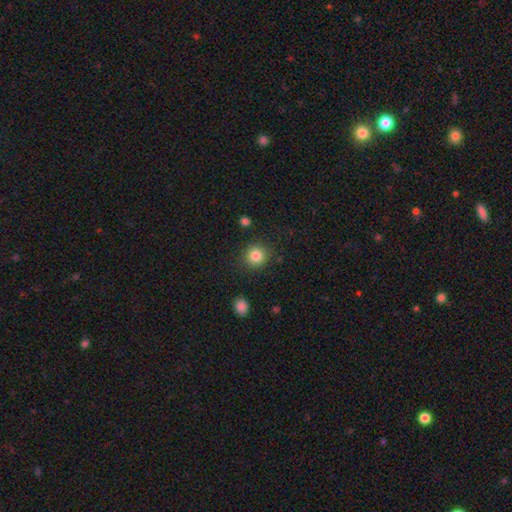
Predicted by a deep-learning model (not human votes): Smooth or featured?
  - smooth: 84% *
  - star or artifact: 11%
  - featured or disk: 6%
How rounded?
  - round: 91% *
  - in between: 8%
  - cigar-shaped: 1%
Merging?
  - none: 88% *
  - minor disturbance: 7%
  - major disturbance: 3%
  - merger: 2%